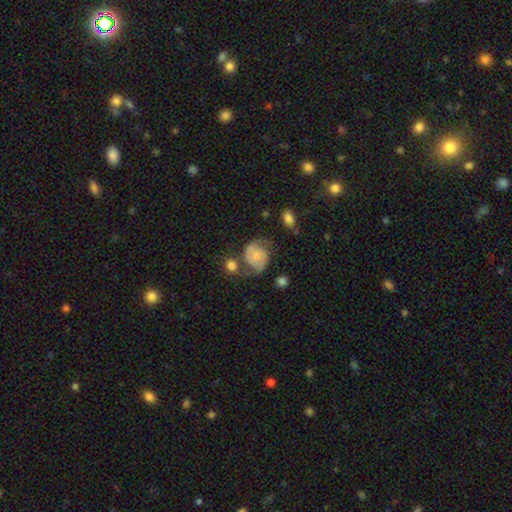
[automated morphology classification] Overall: featured or disk (67%). Edge-on disk: no (98%). Bar: no (64%; weak 30%). Spiral arms: yes (90%). Spiral arm count: 2 (82%). Spiral winding: medium (48%; tight 30%). Bulge size: small (61%; moderate 22%). Merging: none (47%; minor disturbance 24%).